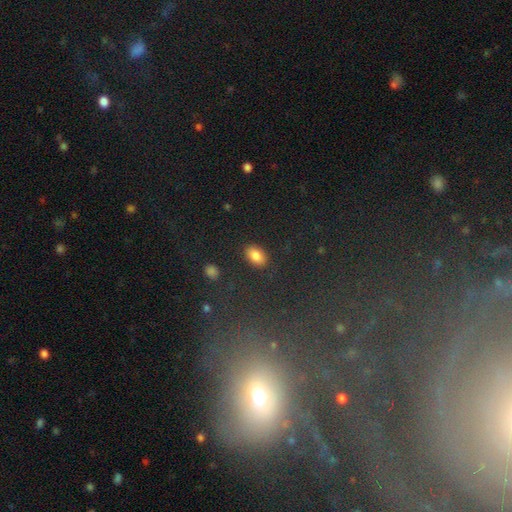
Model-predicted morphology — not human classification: smooth 84%, star or artifact 9%, featured or disk 7%. Down the decision tree: how rounded — in between (87%); merging — none (87%).